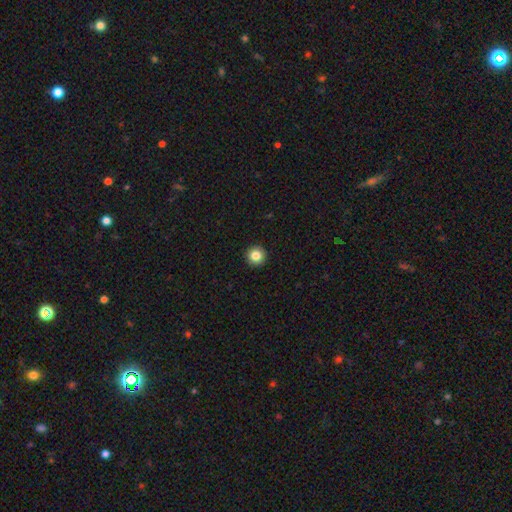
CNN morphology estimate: Smooth or featured?
  - smooth: 84% *
  - star or artifact: 10%
  - featured or disk: 6%
How rounded?
  - round: 96% *
  - in between: 3%
  - cigar-shaped: 1%
Merging?
  - none: 94% *
  - minor disturbance: 4%
  - major disturbance: 1%
  - merger: 1%